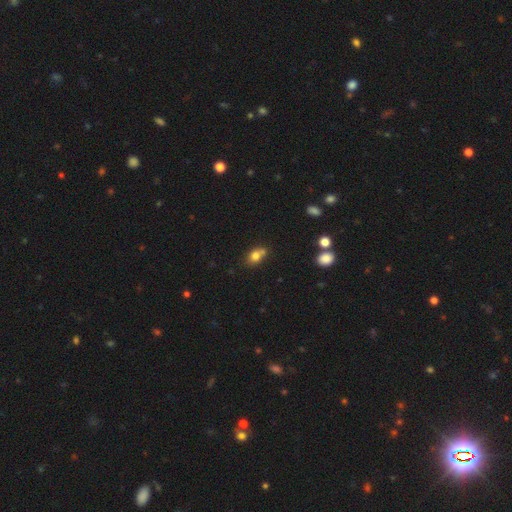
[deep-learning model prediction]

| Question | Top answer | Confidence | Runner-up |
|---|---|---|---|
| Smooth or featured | smooth | 77% | star or artifact (12%) |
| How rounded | in between | 57% | round (41%) |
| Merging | none | 51% | merger (28%) |